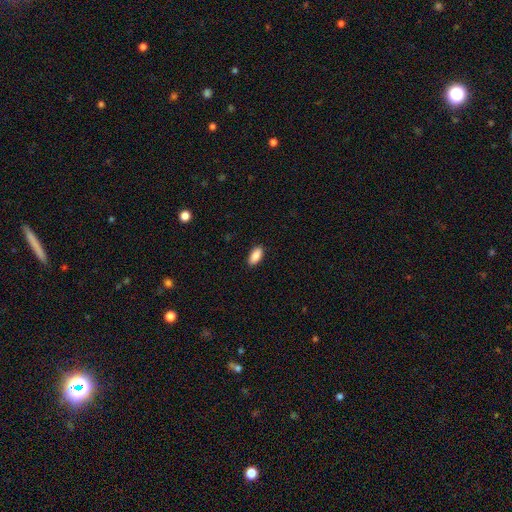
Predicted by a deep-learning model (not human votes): Q: Smooth or featured?
A: smooth (89%); runner-up: star or artifact (7%)
Q: How rounded?
A: in between (90%); runner-up: cigar-shaped (8%)
Q: Merging?
A: none (89%); runner-up: minor disturbance (8%)